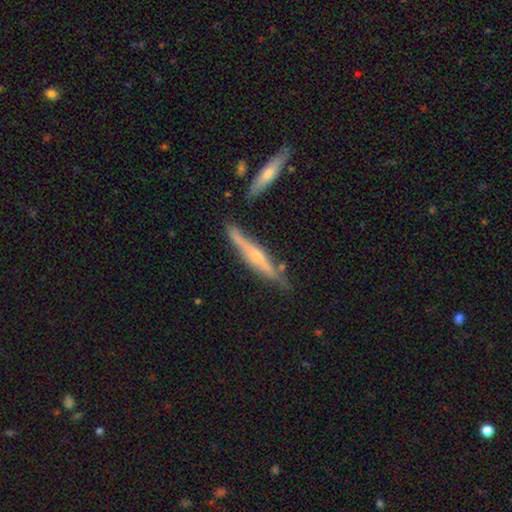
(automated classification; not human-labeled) The model was most divided on "smooth or featured": featured or disk: 69%, smooth: 25%, star or artifact: 6%. More confident: edge-on disk — yes (95%); edge-on bulge — rounded (77%); merging — none (77%).